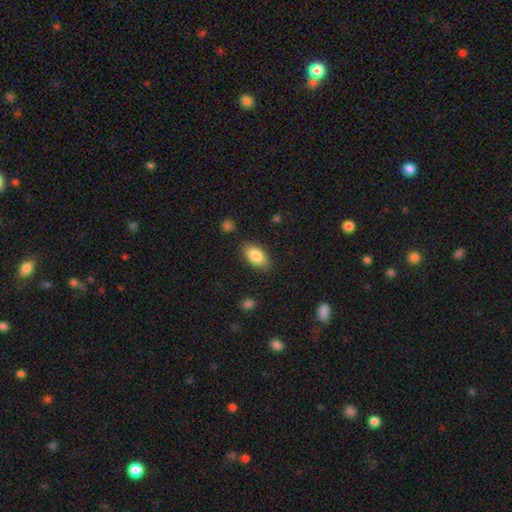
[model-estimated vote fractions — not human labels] Smooth or featured? Predicted: smooth (p=0.84). How rounded? Predicted: in between (p=0.92). Merging? Predicted: none (p=0.85).